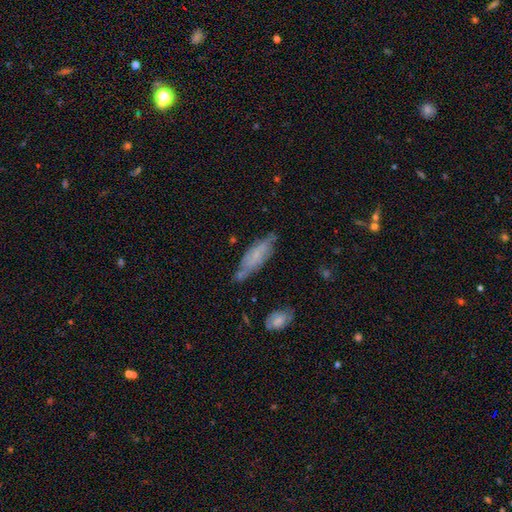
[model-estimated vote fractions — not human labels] The model was most divided on "how rounded": cigar-shaped: 51%, in between: 47%, round: 2%. More confident: merging — none (58%); smooth or featured — smooth (50%).